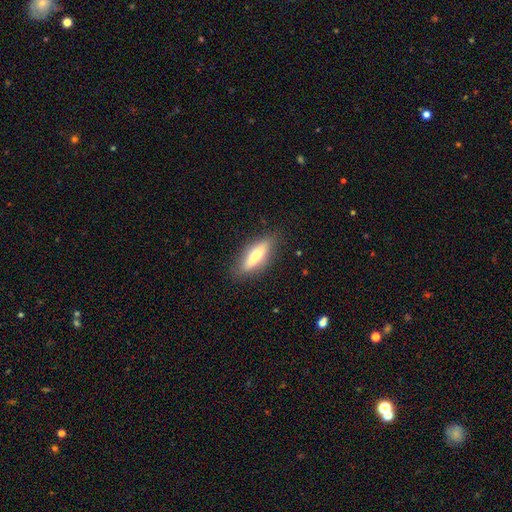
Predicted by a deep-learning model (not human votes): Smooth or featured? smooth (62%)
How rounded? cigar-shaped (57%)
Merging? none (84%)